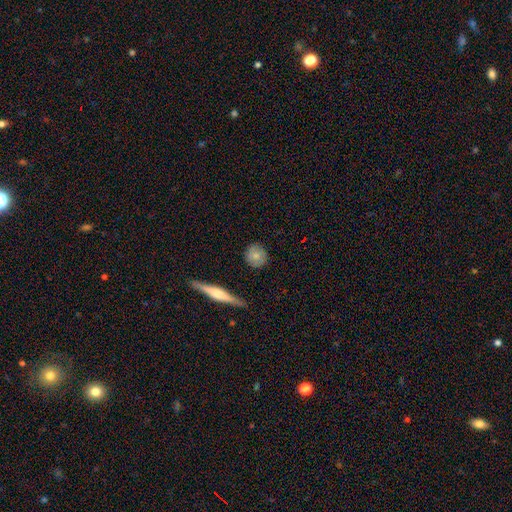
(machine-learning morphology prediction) Overall: smooth (66%; featured or disk 27%). How rounded: round (86%). Merging: none (85%).